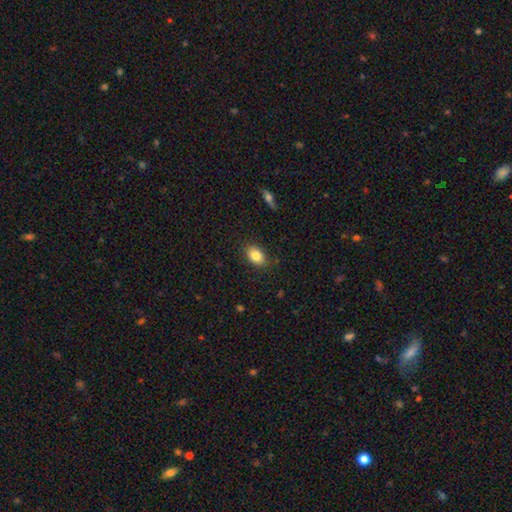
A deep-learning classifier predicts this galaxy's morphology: A smooth galaxy with no disk features (83%) that is in between round and cigar-shaped (80%).

Vote fractions:
- Smooth or featured? smooth: 83% / star or artifact: 8% / featured or disk: 8%
- How rounded? in between: 80% / round: 19% / cigar-shaped: 1%
- Merging? none: 86% / minor disturbance: 10% / major disturbance: 2% / merger: 1%